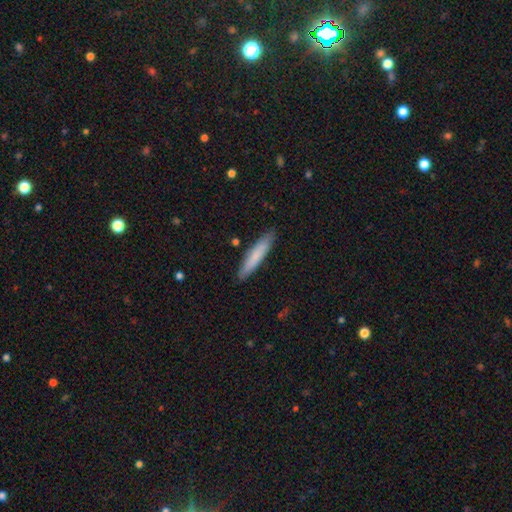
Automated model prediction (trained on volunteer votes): Smooth or featured? smooth (77%)
How rounded? cigar-shaped (89%)
Merging? none (89%)